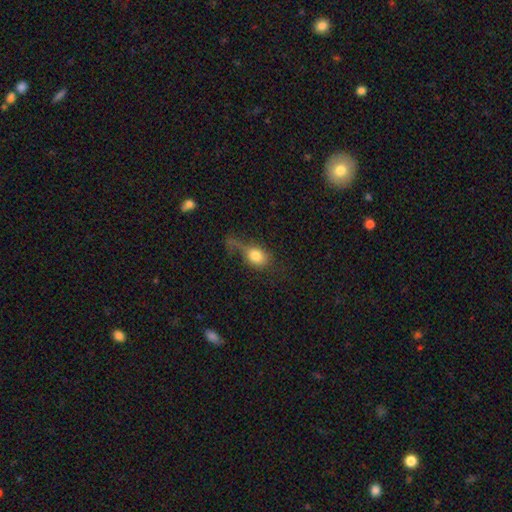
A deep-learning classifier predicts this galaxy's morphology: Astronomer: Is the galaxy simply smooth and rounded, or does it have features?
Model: smooth — 74%.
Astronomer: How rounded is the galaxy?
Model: in between — 64%.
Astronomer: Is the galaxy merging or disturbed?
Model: major disturbance — 44% (runner-up: none, 26%).